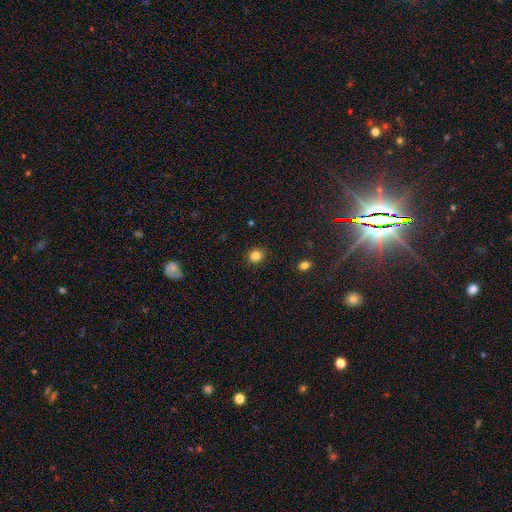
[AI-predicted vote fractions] Morphology: type=smooth (84%); roundness=round (81%); merging=none (91%).